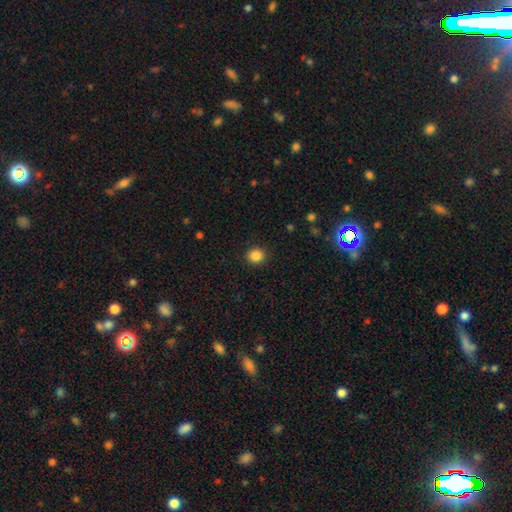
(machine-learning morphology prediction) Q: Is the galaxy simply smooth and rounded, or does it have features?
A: smooth — 86%.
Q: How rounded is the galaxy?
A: round — 86%.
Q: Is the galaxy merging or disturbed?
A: none — 91%.